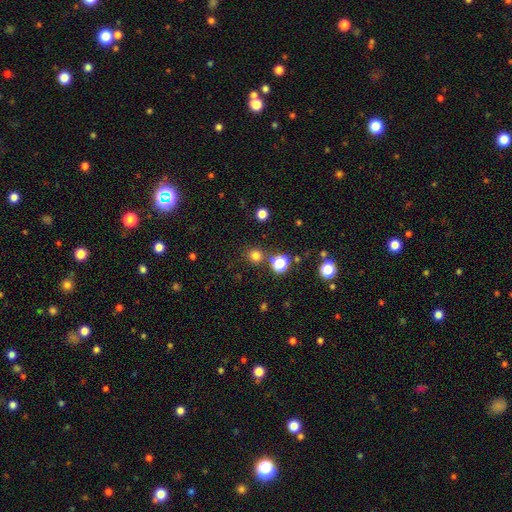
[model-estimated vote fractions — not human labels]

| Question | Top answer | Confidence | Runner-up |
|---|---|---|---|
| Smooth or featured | smooth | 77% | star or artifact (19%) |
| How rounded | round | 93% | in between (6%) |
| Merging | none | 84% | minor disturbance (7%) |